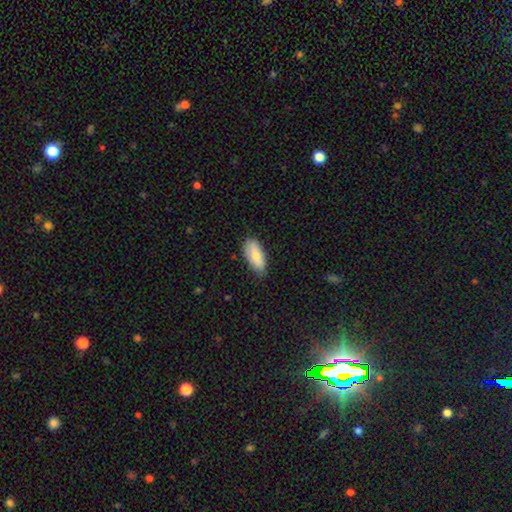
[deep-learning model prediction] Smooth or featured? smooth (78%)
How rounded? in between (87%)
Merging? none (72%)